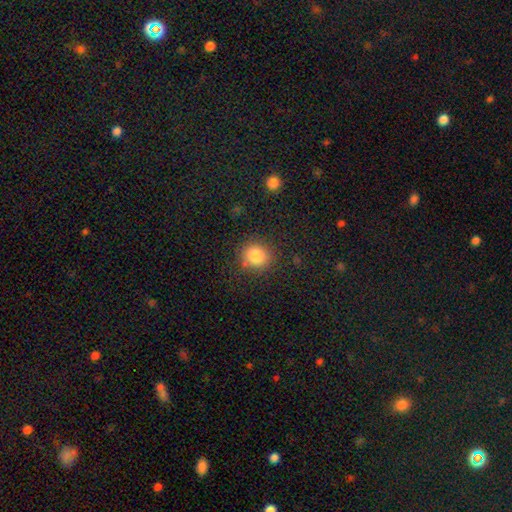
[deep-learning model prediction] Overall: smooth (83%). How rounded: round (86%). Merging: none (83%).